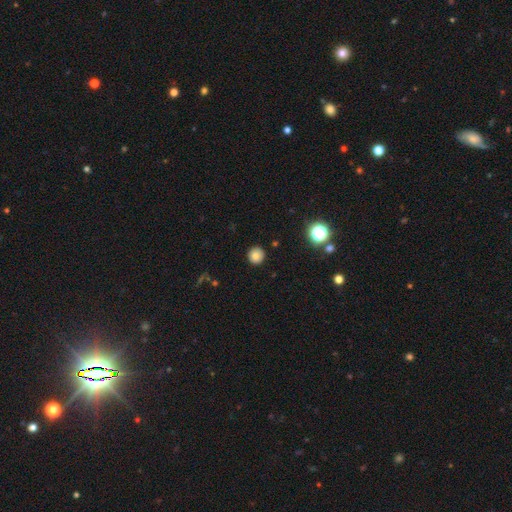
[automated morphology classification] Smooth or featured? Predicted: smooth (p=0.81). How rounded? Predicted: round (p=0.95). Merging? Predicted: none (p=0.91).